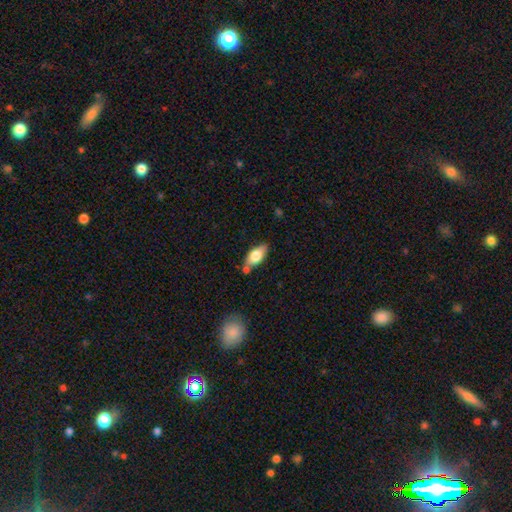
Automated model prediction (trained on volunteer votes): Smooth or featured? Predicted: smooth (p=0.72). How rounded? Predicted: in between (p=0.87). Merging? Predicted: none (p=0.69).